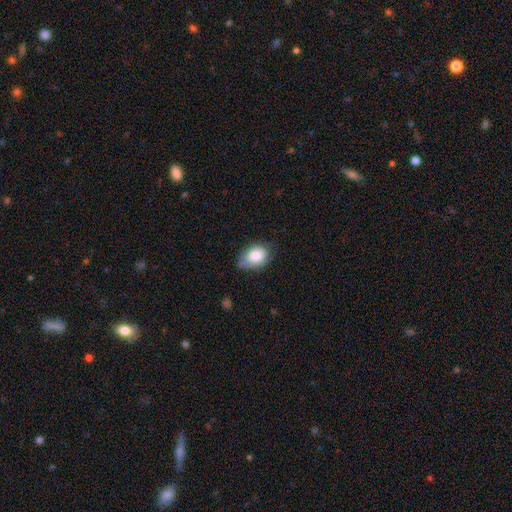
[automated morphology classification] This is clearly a smooth galaxy (80%). How rounded: clearly in between (81%). Merging: possibly none (55%).